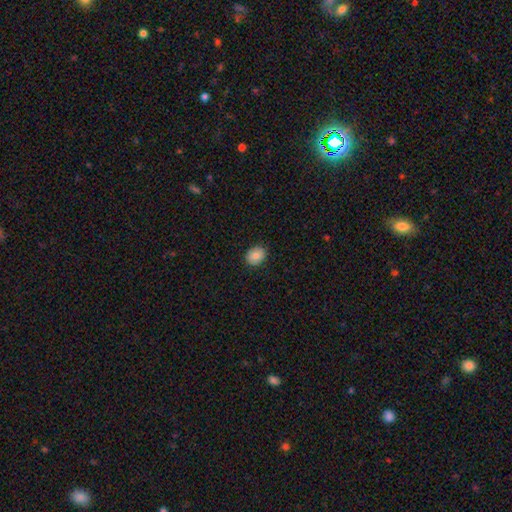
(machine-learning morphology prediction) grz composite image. It shows a smooth galaxy with no disk features (84%) that is round (54%). Merging: none (89%).